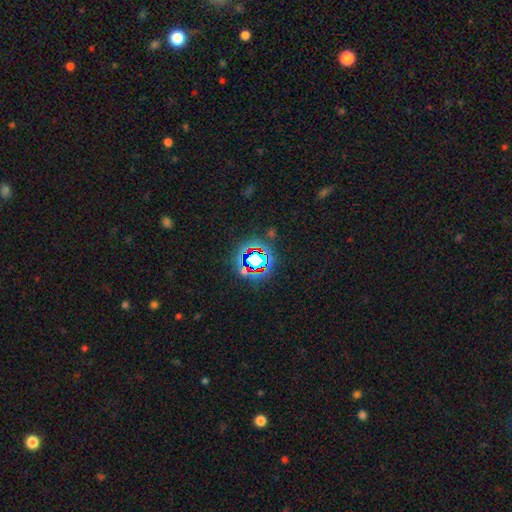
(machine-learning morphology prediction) This is likely a star or artifact rather than a galaxy (77%).